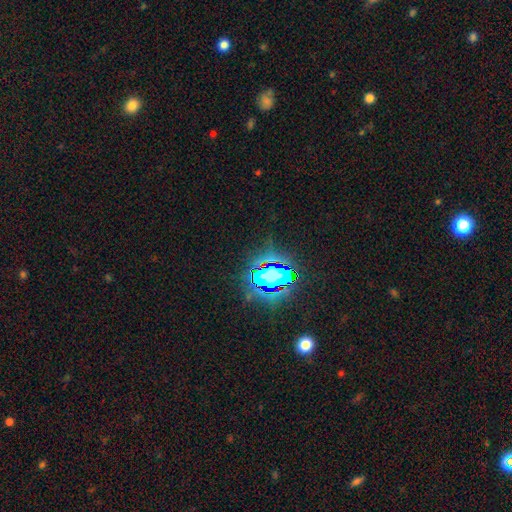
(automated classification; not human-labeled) Q: Smooth or featured?
A: star or artifact (83%); runner-up: smooth (11%)